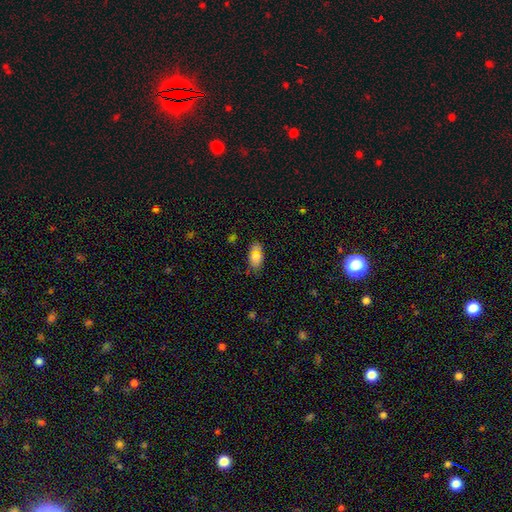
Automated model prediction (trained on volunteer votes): Smooth or featured: smooth — 77% (featured or disk — 12%)
How rounded: in between — 89% (round — 7%)
Merging: none — 75% (minor disturbance — 16%)